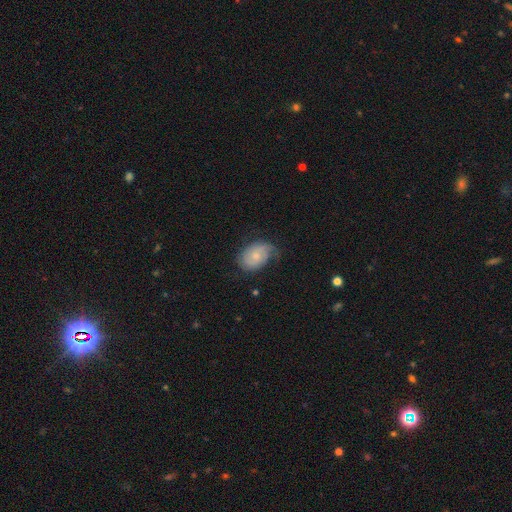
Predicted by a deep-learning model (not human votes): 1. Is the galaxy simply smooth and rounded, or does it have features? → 58% featured or disk, 35% smooth, 7% star or artifact.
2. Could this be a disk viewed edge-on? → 97% no, 3% yes.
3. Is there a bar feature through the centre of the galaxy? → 71% no, 26% weak, 3% strong.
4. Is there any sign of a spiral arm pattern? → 89% yes, 11% no.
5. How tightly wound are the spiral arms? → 44% tight, 36% medium, 20% loose.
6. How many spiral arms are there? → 50% 2, 22% can't tell, 15% 1, 8% 3, 2% 4, 2% more than 4.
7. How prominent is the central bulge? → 58% small, 34% moderate, 5% none, 2% large, 1% dominant.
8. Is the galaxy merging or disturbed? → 58% none, 29% minor disturbance, 12% major disturbance, 1% merger.